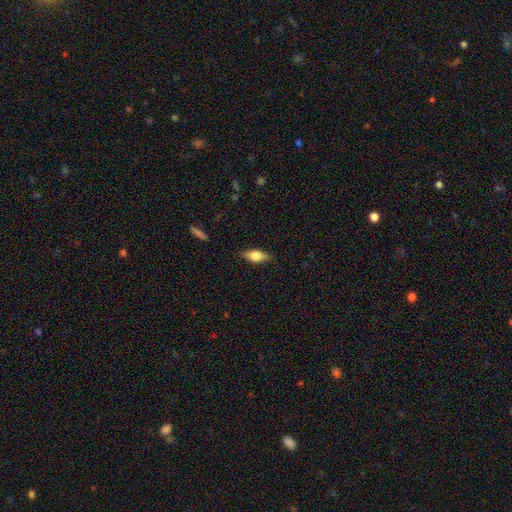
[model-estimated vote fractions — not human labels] This appears to be a smooth galaxy with no disk features (61%) that is in between round and cigar-shaped (73%). Merging: none (84%).